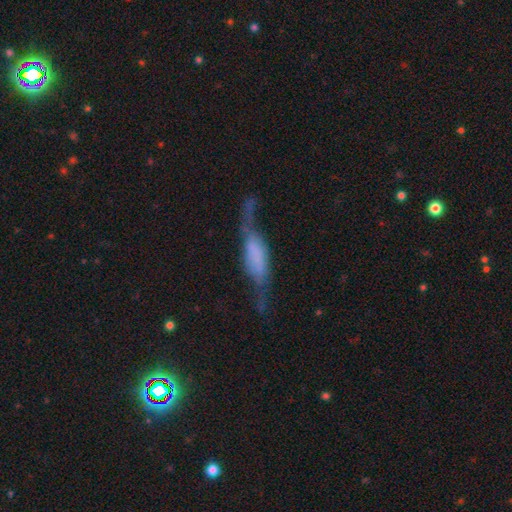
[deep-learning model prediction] Smooth or featured? featured or disk (60%)
Edge-on disk? yes (67%)
Merging? none (37%)